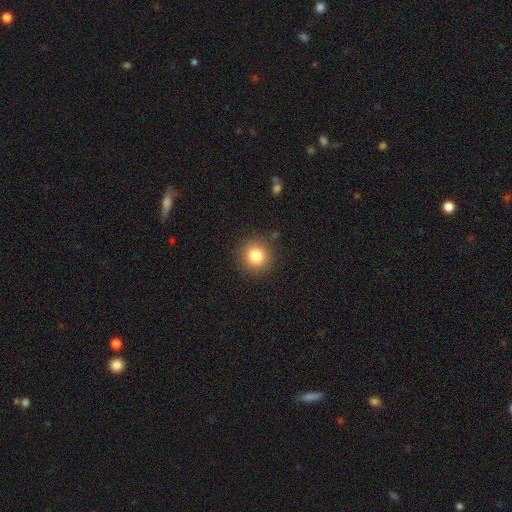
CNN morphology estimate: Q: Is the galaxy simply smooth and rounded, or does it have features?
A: smooth — 82%.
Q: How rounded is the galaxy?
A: round — 92%.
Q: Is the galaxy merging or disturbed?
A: none — 89%.